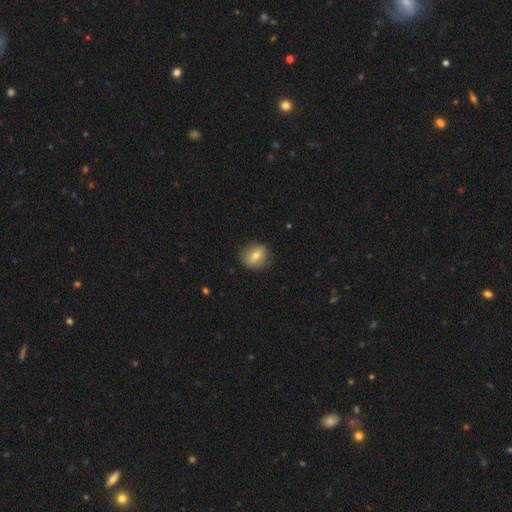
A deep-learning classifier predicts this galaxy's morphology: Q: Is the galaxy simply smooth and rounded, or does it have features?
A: smooth — 71%.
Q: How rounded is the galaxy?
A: round — 71%.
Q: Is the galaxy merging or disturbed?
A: none — 81%.